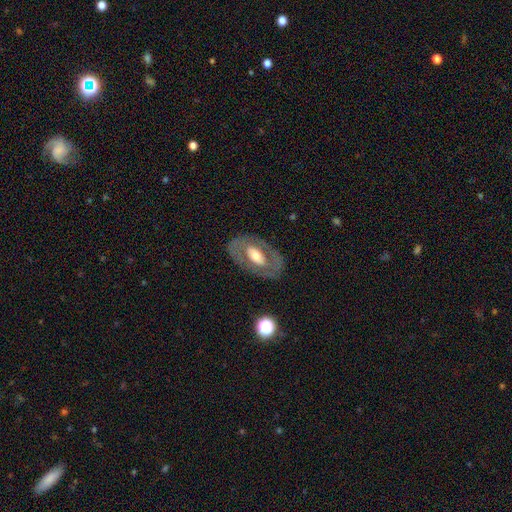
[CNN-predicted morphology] Overall: featured or disk (59%; smooth 35%). Edge-on disk: no (91%). Bar: no (60%; weak 25%). Spiral arms: no (76%). Bulge size: moderate (60%; large 23%). Merging: none (80%).